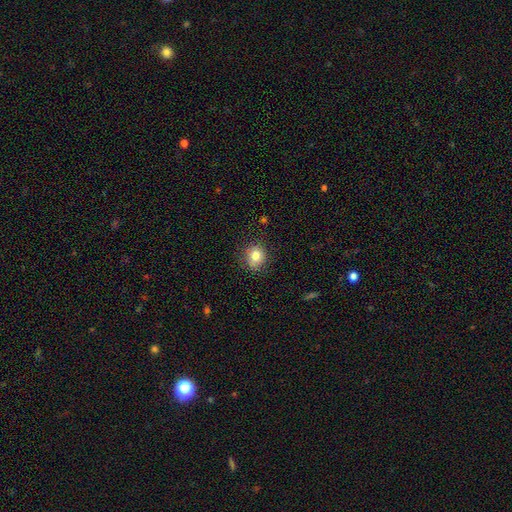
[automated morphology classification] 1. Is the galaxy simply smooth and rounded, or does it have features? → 79% smooth, 11% star or artifact, 10% featured or disk.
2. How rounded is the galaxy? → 79% round, 20% in between, 1% cigar-shaped.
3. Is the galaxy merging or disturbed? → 79% none, 16% minor disturbance, 4% major disturbance, 1% merger.